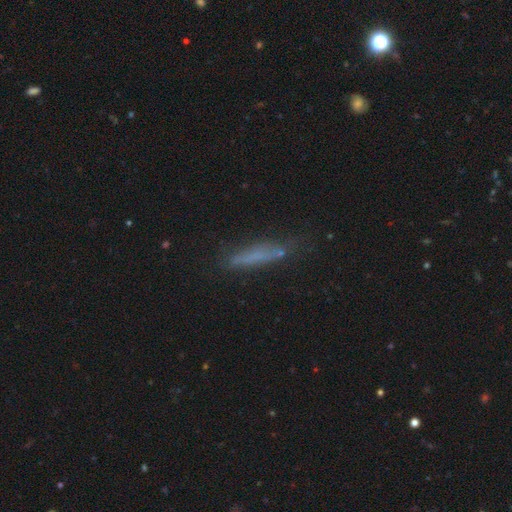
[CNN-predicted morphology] smooth 61%, featured or disk 26%, star or artifact 13%. Down the decision tree: how rounded — cigar-shaped (89%); merging — none (70%).